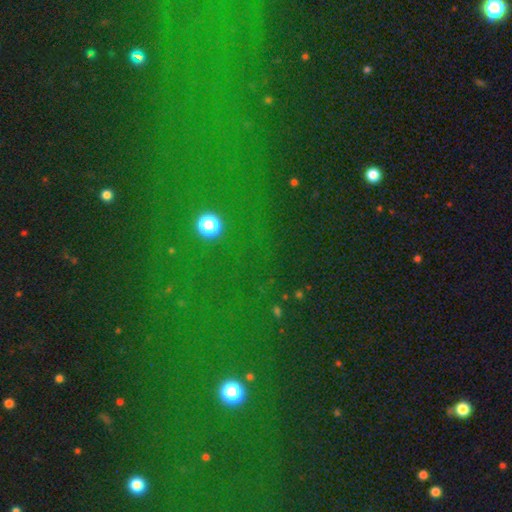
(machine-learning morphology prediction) Q: Smooth or featured?
A: star or artifact (62%); runner-up: smooth (30%)